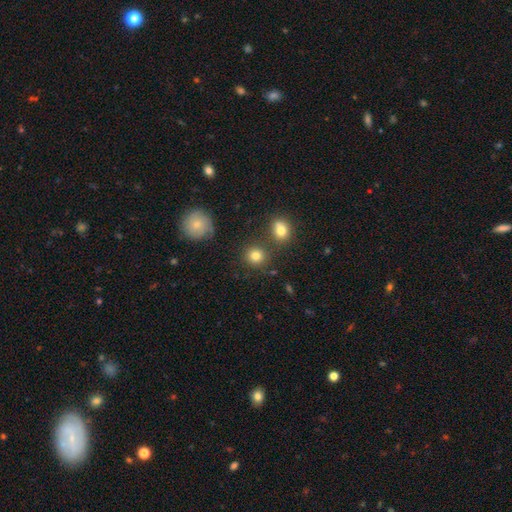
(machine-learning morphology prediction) Overall: smooth (81%). How rounded: round (88%). Merging: none (79%).